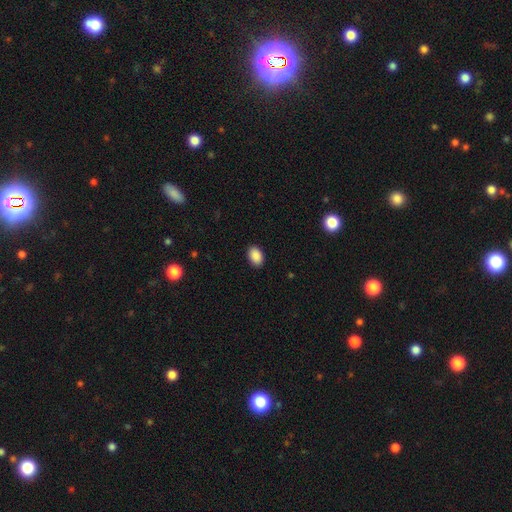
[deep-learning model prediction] Morphology: type=smooth (90%); roundness=in between (85%); merging=none (90%).